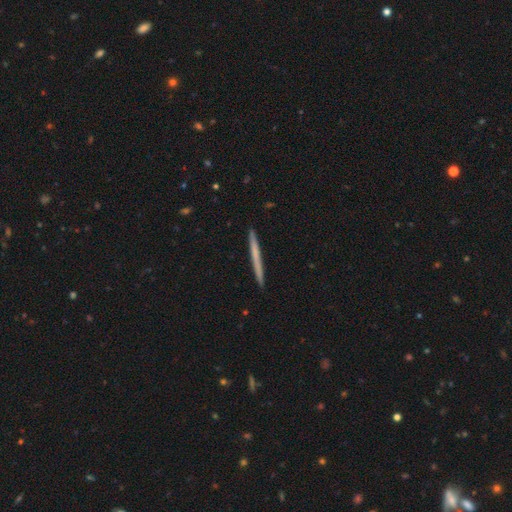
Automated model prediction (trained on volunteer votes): Overall: smooth (53%; featured or disk 42%). How rounded: cigar-shaped (97%). Merging: none (93%).